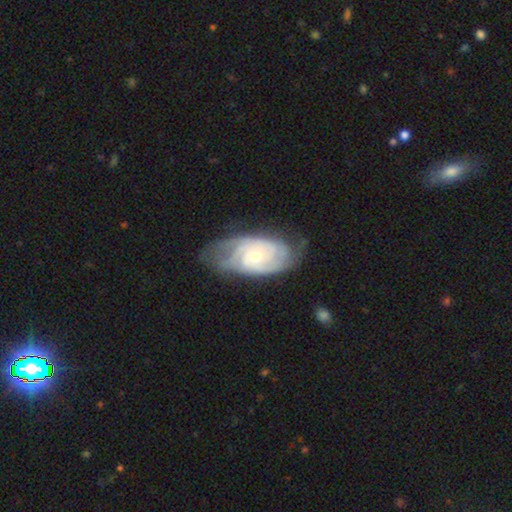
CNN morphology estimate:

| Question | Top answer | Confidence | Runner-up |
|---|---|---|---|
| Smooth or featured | featured or disk | 85% | smooth (10%) |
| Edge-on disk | no | 95% | yes (5%) |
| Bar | no | 74% | weak (22%) |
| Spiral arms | yes | 95% | no (5%) |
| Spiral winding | tight | 69% | medium (26%) |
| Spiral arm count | can't tell | 30% | 2 (27%) |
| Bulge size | small | 48% | tied: moderate (48%) |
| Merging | none | 66% | minor disturbance (24%) |